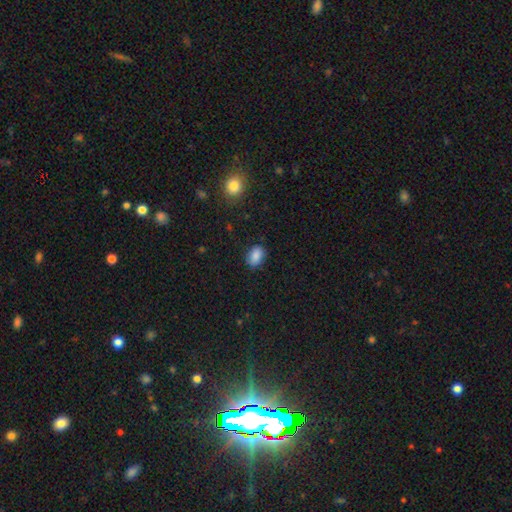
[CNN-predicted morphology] smooth 87%, star or artifact 9%, featured or disk 4%. Down the decision tree: how rounded — in between (82%); merging — none (83%).